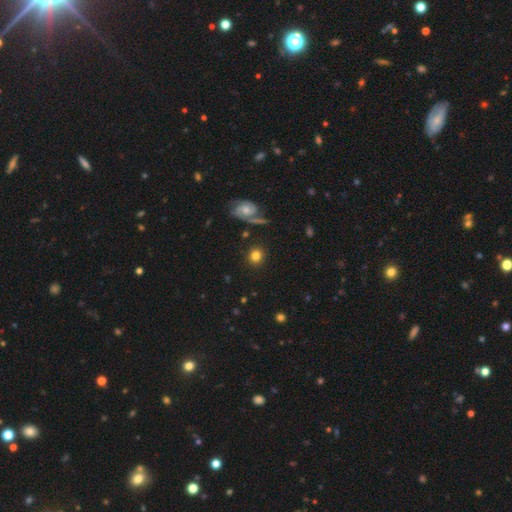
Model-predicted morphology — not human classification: type=smooth (76%); roundness=round (87%); merging=none (86%).